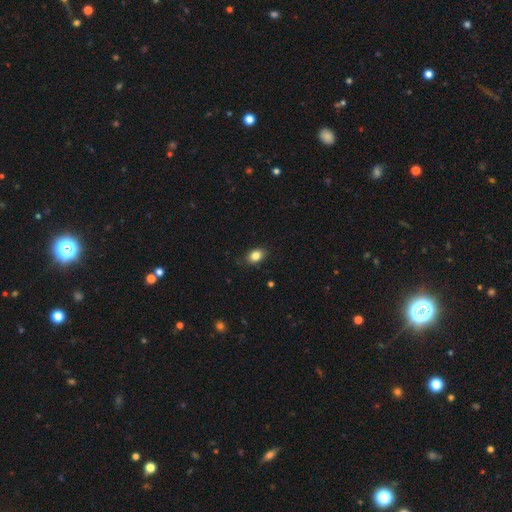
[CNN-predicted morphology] smooth 84%, star or artifact 9%, featured or disk 7%. Down the decision tree: how rounded — in between (76%); merging — none (86%).